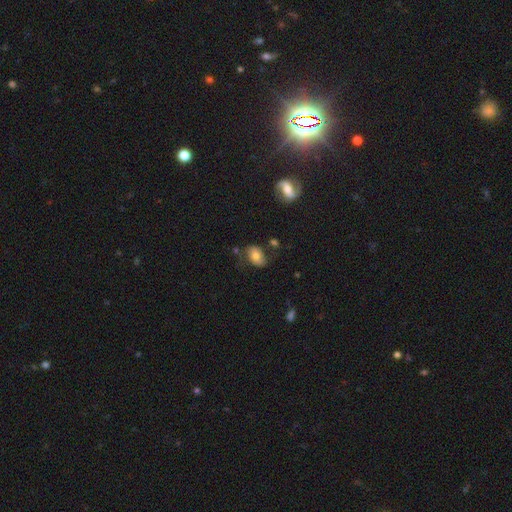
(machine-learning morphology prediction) Q: Smooth or featured?
A: smooth (68%); runner-up: featured or disk (24%)
Q: How rounded?
A: in between (83%); runner-up: round (15%)
Q: Merging?
A: none (61%); runner-up: minor disturbance (23%)